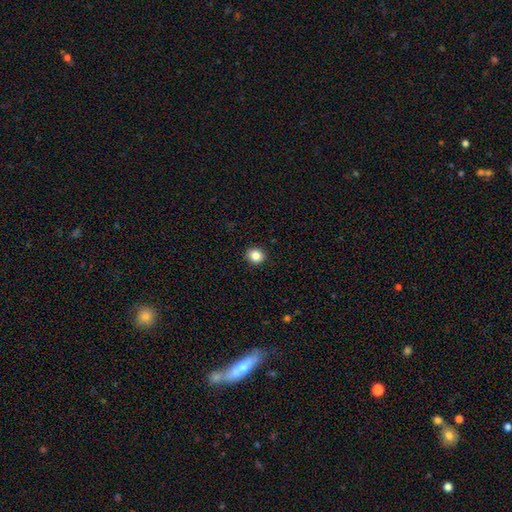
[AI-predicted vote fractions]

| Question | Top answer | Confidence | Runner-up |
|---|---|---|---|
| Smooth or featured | smooth | 85% | star or artifact (10%) |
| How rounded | round | 81% | in between (18%) |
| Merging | none | 92% | minor disturbance (5%) |